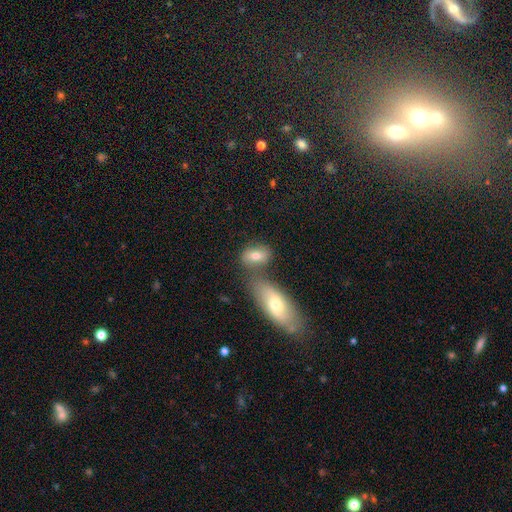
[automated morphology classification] smooth_or_featured: smooth (p=0.75) [alt: featured or disk p=0.16]
how_rounded: in between (p=0.83) [alt: round p=0.12]
merging: none (p=0.51) [alt: merger p=0.33]